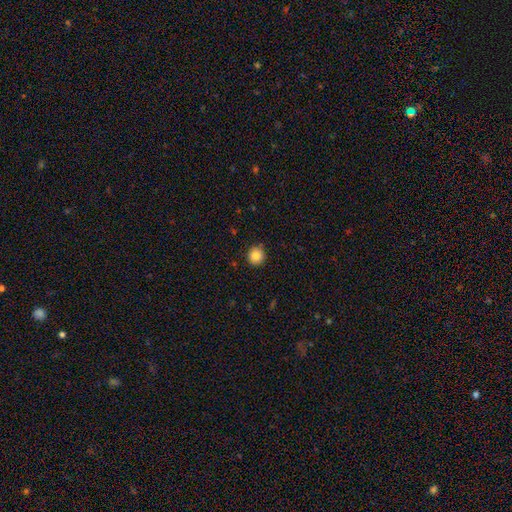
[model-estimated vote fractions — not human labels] The model was most divided on "smooth or featured": smooth: 84%, star or artifact: 10%, featured or disk: 6%. More confident: how rounded — round (94%); merging — none (91%).